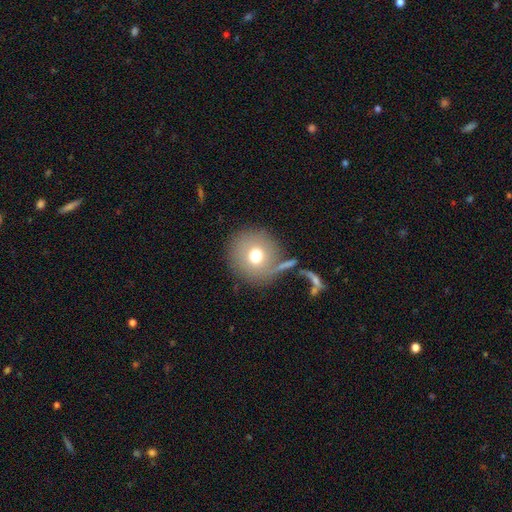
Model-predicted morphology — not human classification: smooth 70%, featured or disk 18%, star or artifact 12%. Down the decision tree: how rounded — round (93%); merging — none (80%).